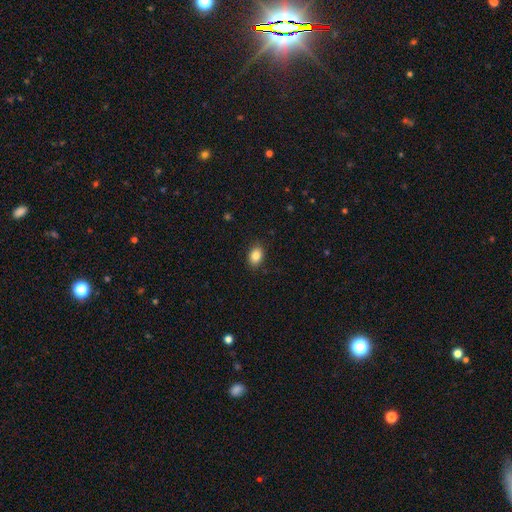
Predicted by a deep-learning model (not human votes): Q: Smooth or featured?
A: smooth (86%); runner-up: star or artifact (9%)
Q: How rounded?
A: in between (76%); runner-up: round (23%)
Q: Merging?
A: none (88%); runner-up: minor disturbance (9%)